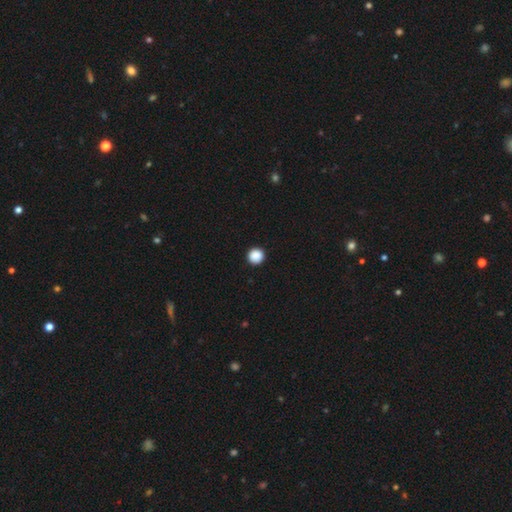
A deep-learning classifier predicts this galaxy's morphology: smooth_or_featured: smooth (p=0.89) [alt: star or artifact p=0.09]
how_rounded: round (p=0.96) [alt: in between p=0.03]
merging: none (p=0.93) [alt: minor disturbance p=0.04]